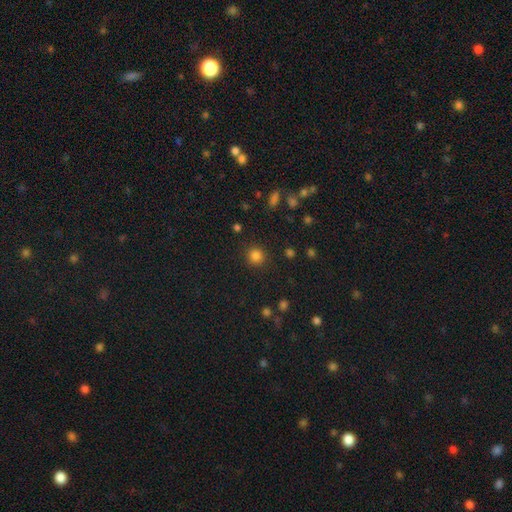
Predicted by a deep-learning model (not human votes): Q: Smooth or featured?
A: smooth (83%); runner-up: star or artifact (13%)
Q: How rounded?
A: round (92%); runner-up: in between (7%)
Q: Merging?
A: none (89%); runner-up: minor disturbance (7%)